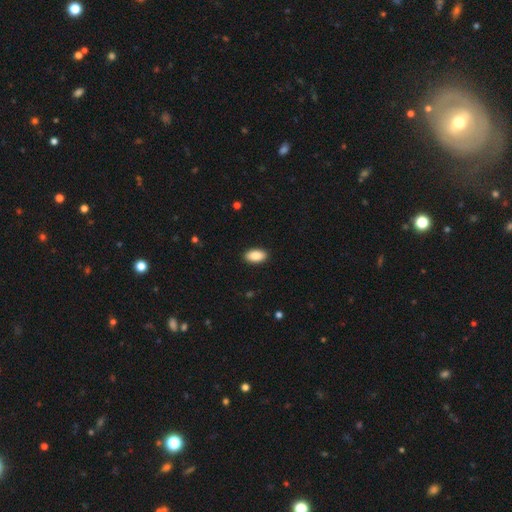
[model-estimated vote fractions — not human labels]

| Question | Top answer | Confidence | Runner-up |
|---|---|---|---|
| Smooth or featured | smooth | 88% | star or artifact (7%) |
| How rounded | in between | 94% | round (3%) |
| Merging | none | 91% | minor disturbance (7%) |